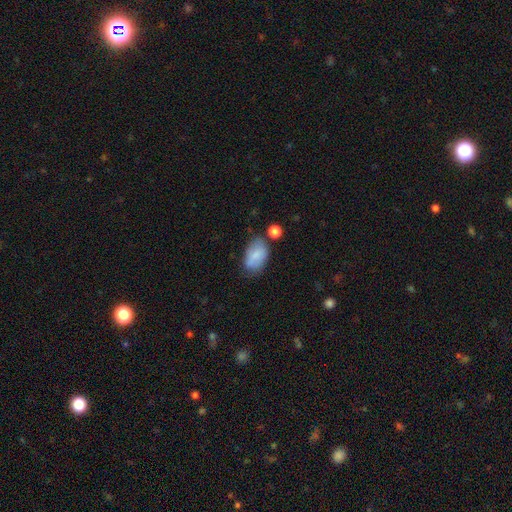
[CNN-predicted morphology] smooth-or-featured: smooth: 79% | featured or disk: 14% | star or artifact: 7%
  how-rounded: in between: 91% | round: 7% | cigar-shaped: 2%
  merging: none: 58% | minor disturbance: 26% | merger: 9% | major disturbance: 7%